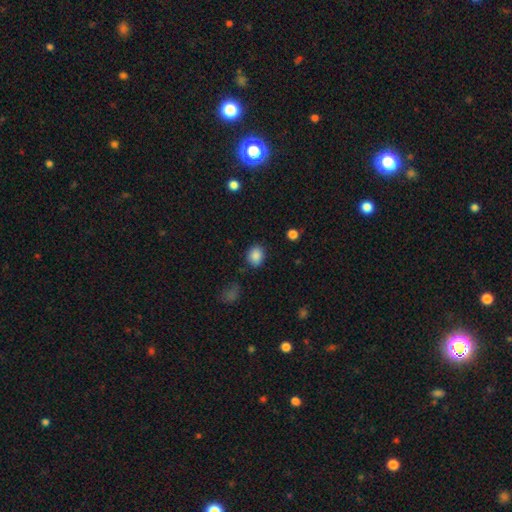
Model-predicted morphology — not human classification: smooth_or_featured: smooth (p=0.86) [alt: star or artifact p=0.10]
how_rounded: round (p=0.60) [alt: in between p=0.39]
merging: none (p=0.82) [alt: minor disturbance p=0.12]